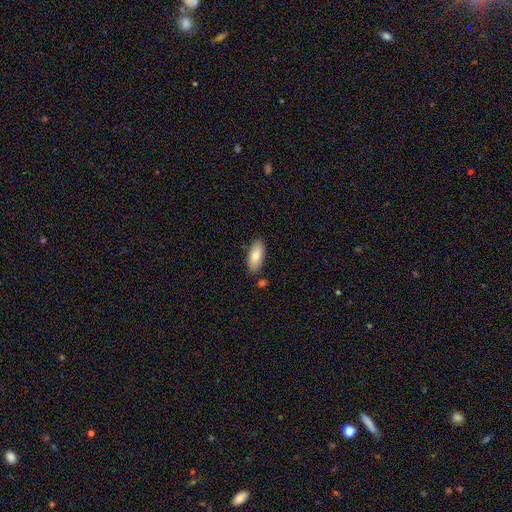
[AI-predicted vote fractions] Q: Smooth or featured?
A: smooth (81%); runner-up: featured or disk (13%)
Q: How rounded?
A: in between (88%); runner-up: cigar-shaped (10%)
Q: Merging?
A: none (81%); runner-up: minor disturbance (12%)